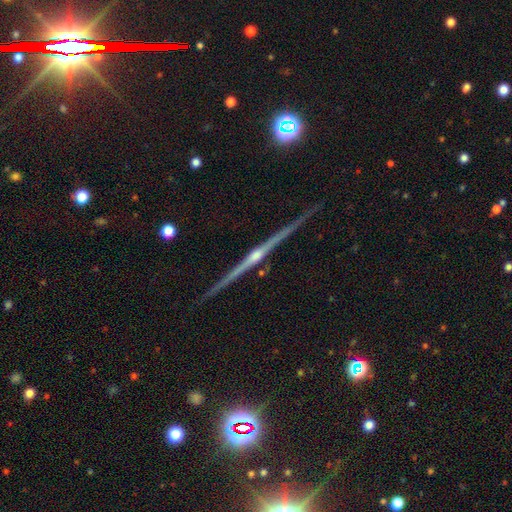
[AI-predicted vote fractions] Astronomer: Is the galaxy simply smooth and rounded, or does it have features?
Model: featured or disk — 86%.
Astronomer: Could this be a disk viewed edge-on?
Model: yes — 98%.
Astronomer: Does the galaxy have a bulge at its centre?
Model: rounded — 84%.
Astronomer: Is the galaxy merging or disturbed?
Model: none — 92%.